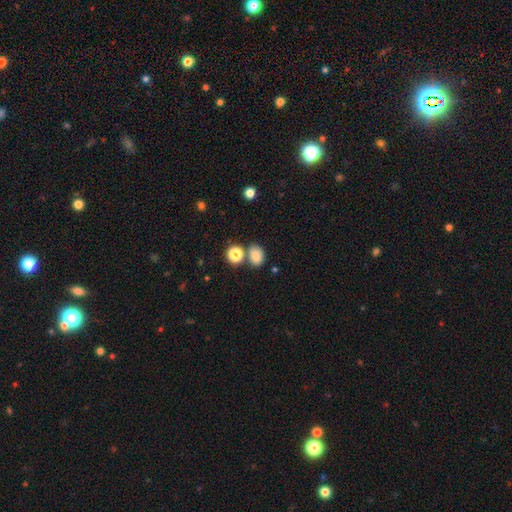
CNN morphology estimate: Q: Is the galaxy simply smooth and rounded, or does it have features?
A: smooth — 82%.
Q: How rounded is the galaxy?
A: in between — 64%.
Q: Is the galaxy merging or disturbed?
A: none — 62%.